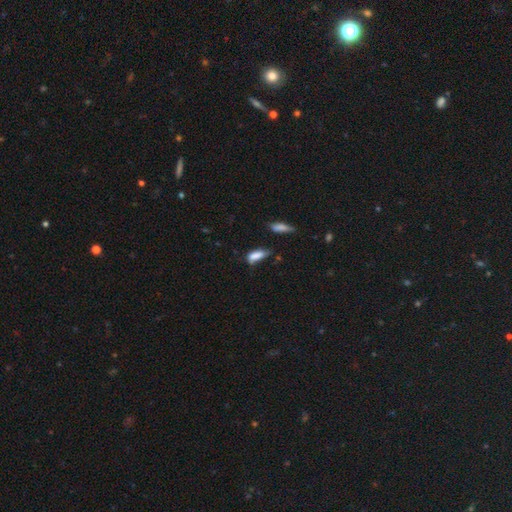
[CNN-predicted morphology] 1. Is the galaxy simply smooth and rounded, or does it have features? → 81% smooth, 10% star or artifact, 10% featured or disk.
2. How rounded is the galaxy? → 69% in between, 28% cigar-shaped, 3% round.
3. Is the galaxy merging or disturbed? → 43% none, 34% minor disturbance, 13% major disturbance, 9% merger.